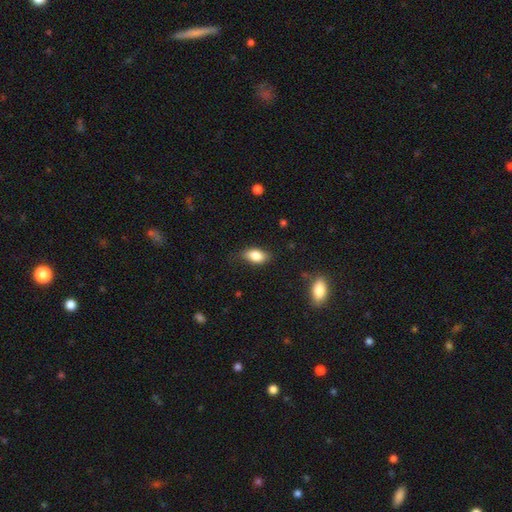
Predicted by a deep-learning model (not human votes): smooth-or-featured: smooth: 83% | featured or disk: 10% | star or artifact: 7%
  how-rounded: in between: 88% | round: 6% | cigar-shaped: 5%
  merging: none: 77% | minor disturbance: 17% | major disturbance: 4% | merger: 1%